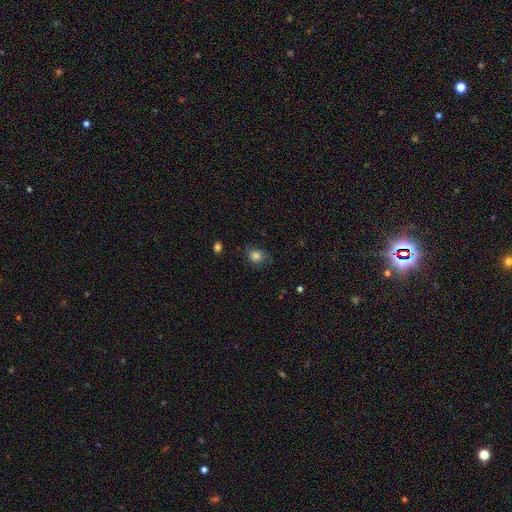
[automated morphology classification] smooth_or_featured: smooth (p=0.77) [alt: featured or disk p=0.12]
how_rounded: round (p=0.61) [alt: in between p=0.38]
merging: none (p=0.66) [alt: minor disturbance p=0.25]